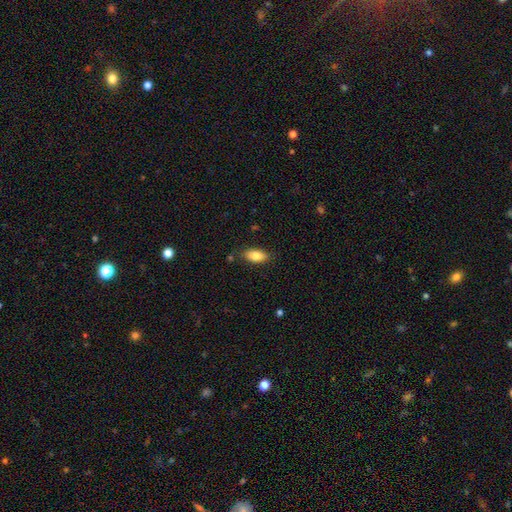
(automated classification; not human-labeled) Smooth or featured: smooth — 83% (featured or disk — 10%)
How rounded: in between — 90% (cigar-shaped — 7%)
Merging: none — 84% (minor disturbance — 12%)